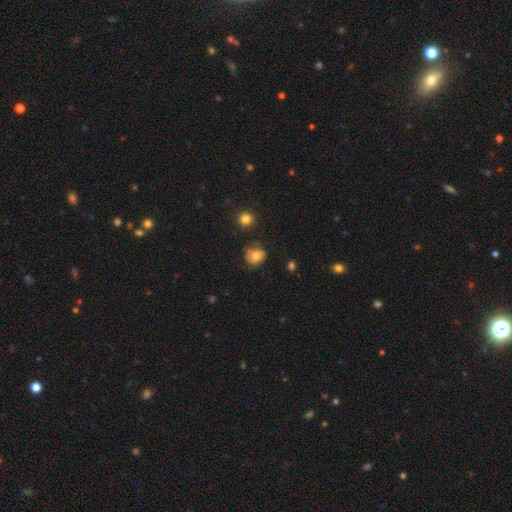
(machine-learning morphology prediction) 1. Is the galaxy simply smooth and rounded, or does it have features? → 73% smooth, 17% featured or disk, 11% star or artifact.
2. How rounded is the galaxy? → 72% round, 27% in between, 1% cigar-shaped.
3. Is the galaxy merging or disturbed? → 60% none, 27% minor disturbance, 10% major disturbance, 3% merger.